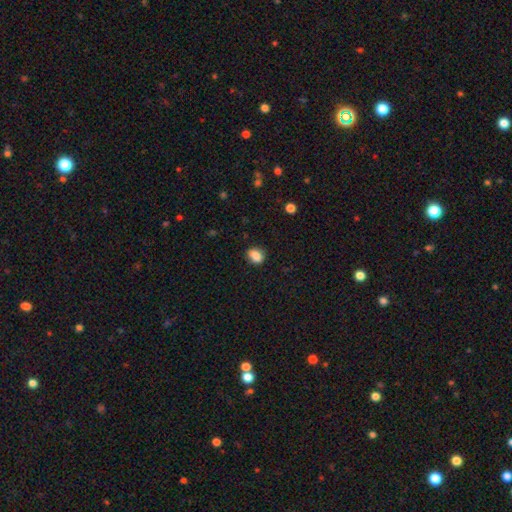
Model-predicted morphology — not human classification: smooth-or-featured: smooth: 84% | star or artifact: 9% | featured or disk: 7%
  how-rounded: in between: 58% | round: 40% | cigar-shaped: 1%
  merging: none: 82% | minor disturbance: 14% | major disturbance: 3% | merger: 1%